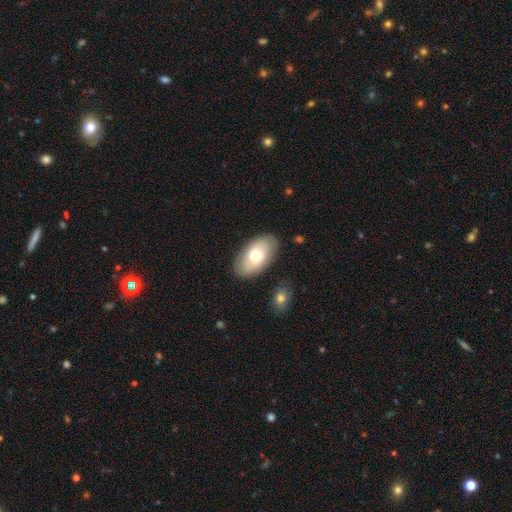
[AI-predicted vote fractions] A smooth galaxy with no disk features (64%) that is in between round and cigar-shaped (94%).

Vote fractions:
- Smooth or featured? smooth: 64% / featured or disk: 30% / star or artifact: 6%
- How rounded? in between: 94% / round: 4% / cigar-shaped: 2%
- Merging? none: 83% / minor disturbance: 12% / major disturbance: 3% / merger: 2%